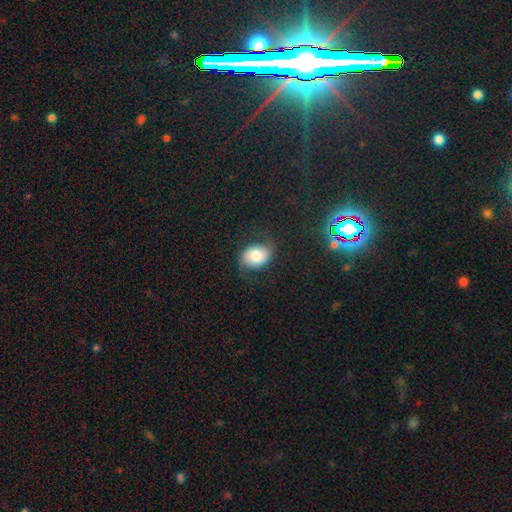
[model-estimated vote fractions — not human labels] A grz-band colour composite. It shows a smooth galaxy with no disk features (63%) that is in between round and cigar-shaped (70%). Merging: none (66%).